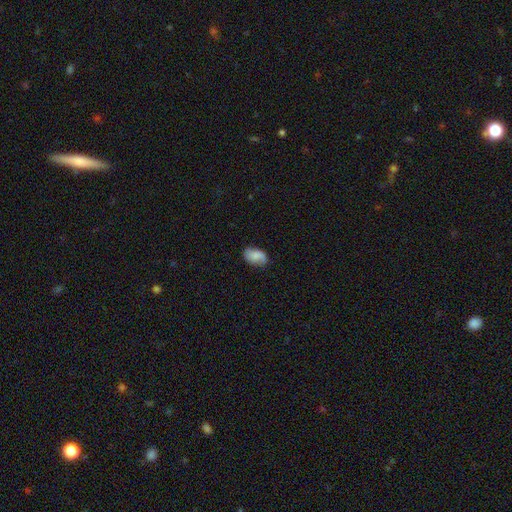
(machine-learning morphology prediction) smooth 73%, featured or disk 19%, star or artifact 8%. Down the decision tree: how rounded — in between (89%); merging — none (71%).